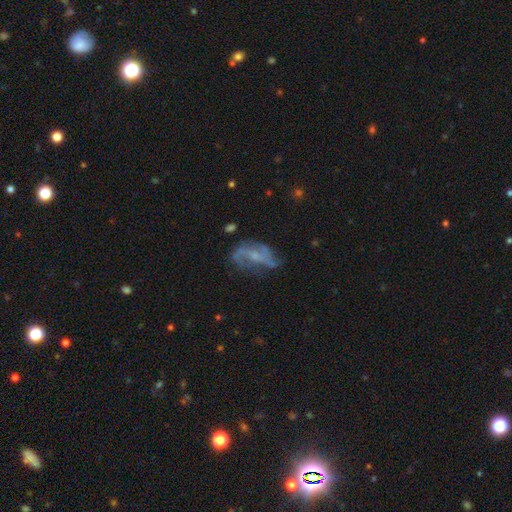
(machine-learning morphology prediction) smooth-or-featured: featured or disk: 70% | smooth: 19% | star or artifact: 10%
  disk-edge-on: no: 94% | yes: 6%
    bar: no: 53% | weak: 35% | strong: 12%
    has-spiral-arms: yes: 77% | no: 23%
      spiral-winding: loose: 50% | medium: 35% | tight: 15%
      spiral-arm-count: 2: 48% | can't tell: 22% | 3: 16% | 1: 6% | 4: 5% | more than 4: 3%
    bulge-size: small: 56% | moderate: 25% | none: 16% | large: 2% | dominant: 1%
  merging: none: 48% | major disturbance: 24% | minor disturbance: 24% | merger: 4%